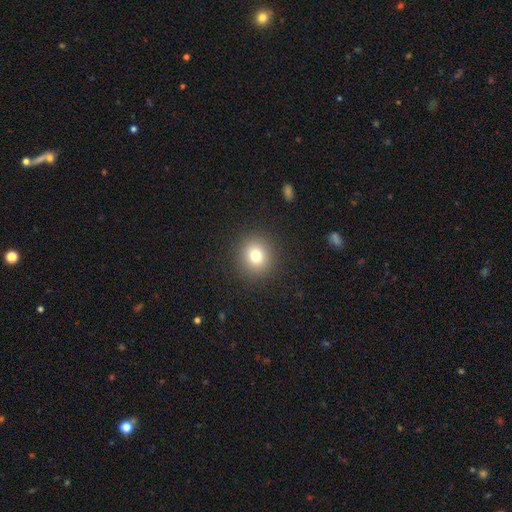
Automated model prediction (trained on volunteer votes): Smooth or featured?
  - smooth: 78% *
  - star or artifact: 13%
  - featured or disk: 9%
How rounded?
  - round: 89% *
  - in between: 11%
  - cigar-shaped: 1%
Merging?
  - none: 91% *
  - minor disturbance: 6%
  - major disturbance: 3%
  - merger: 1%